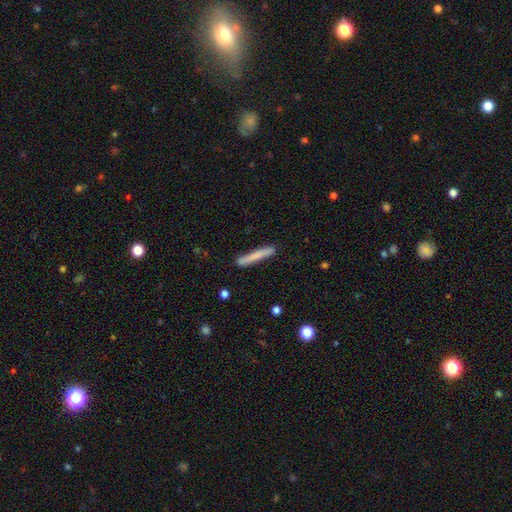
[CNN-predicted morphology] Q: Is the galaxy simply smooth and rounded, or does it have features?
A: smooth — 73%.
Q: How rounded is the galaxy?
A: cigar-shaped — 96%.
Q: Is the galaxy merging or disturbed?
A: none — 87%.